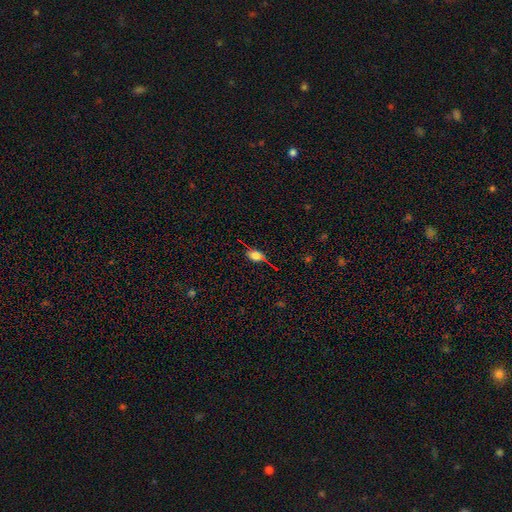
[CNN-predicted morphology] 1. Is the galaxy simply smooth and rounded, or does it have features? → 47% smooth, 27% star or artifact, 26% featured or disk.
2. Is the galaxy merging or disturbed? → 70% none, 18% minor disturbance, 8% major disturbance, 4% merger.